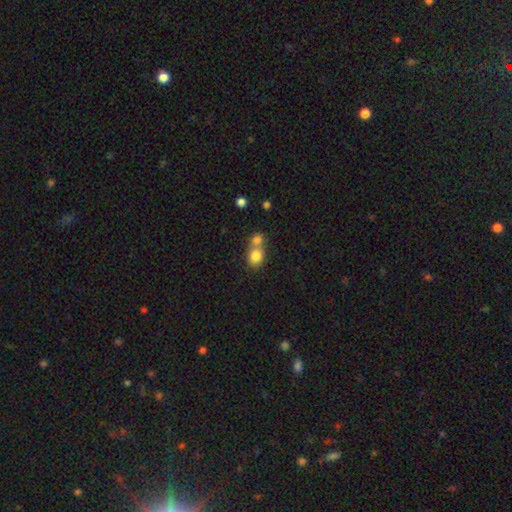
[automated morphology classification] smooth-or-featured: smooth: 82% | star or artifact: 10% | featured or disk: 8%
  how-rounded: round: 72% | in between: 27% | cigar-shaped: 1%
  merging: merger: 54% | none: 37% | minor disturbance: 6% | major disturbance: 3%